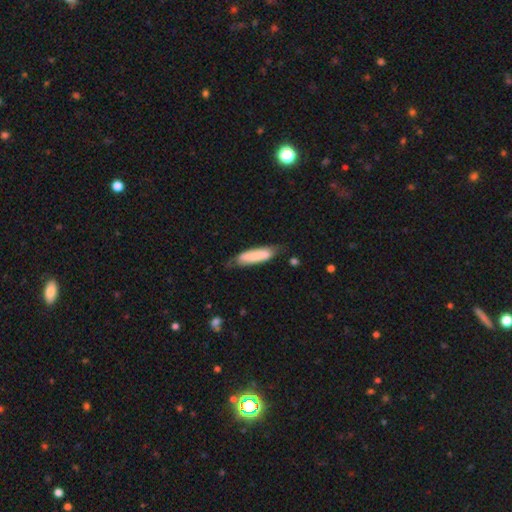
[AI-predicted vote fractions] smooth 79%, featured or disk 15%, star or artifact 5%. Down the decision tree: how rounded — cigar-shaped (65%); merging — none (61%).